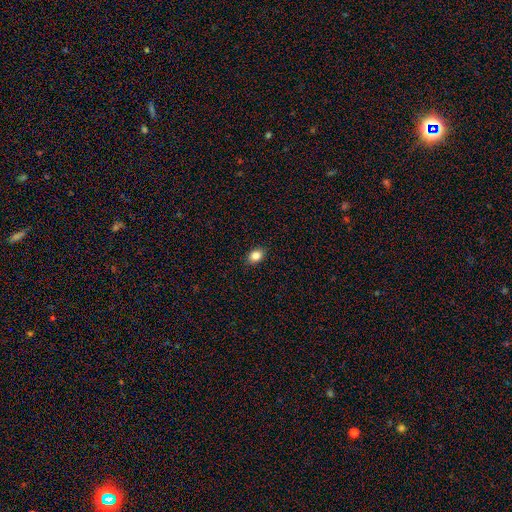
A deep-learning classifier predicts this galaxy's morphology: Q: Smooth or featured?
A: smooth (84%); runner-up: star or artifact (9%)
Q: How rounded?
A: in between (74%); runner-up: round (24%)
Q: Merging?
A: none (89%); runner-up: minor disturbance (8%)